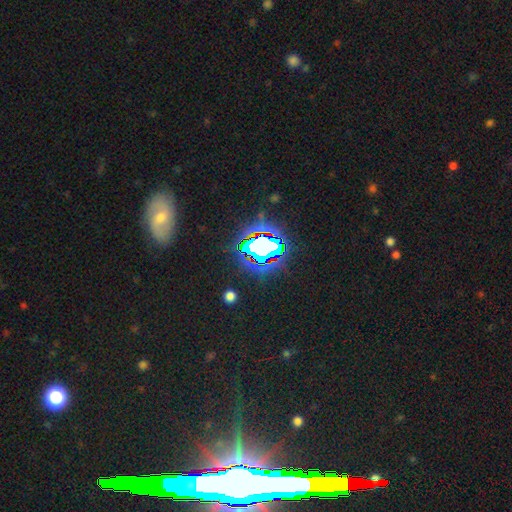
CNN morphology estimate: smooth_or_featured: star or artifact (p=0.74) [alt: smooth p=0.16]